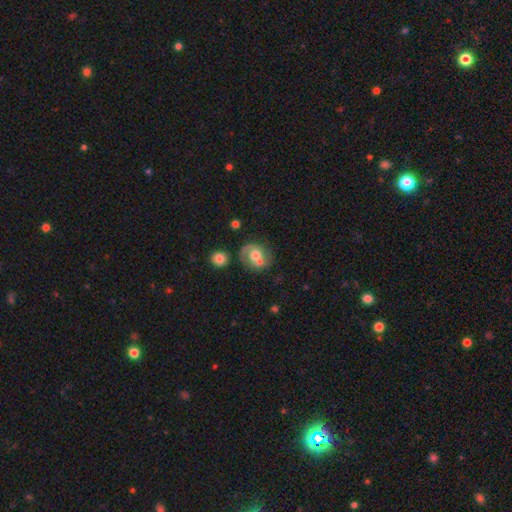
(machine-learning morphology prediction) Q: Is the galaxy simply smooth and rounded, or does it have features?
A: featured or disk — 46%.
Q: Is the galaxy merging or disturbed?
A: merger — 40%.